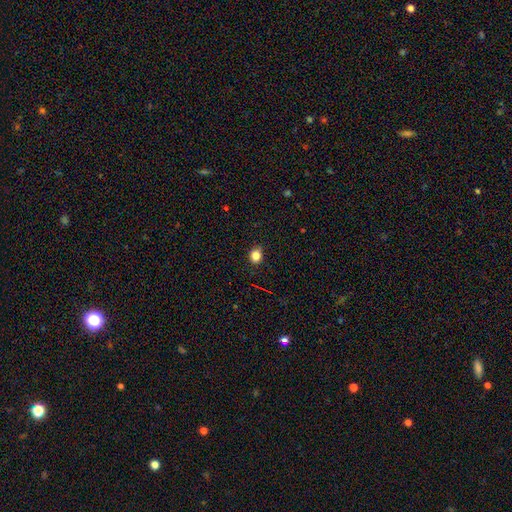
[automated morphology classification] Smooth or featured?
  - smooth: 83% *
  - star or artifact: 12%
  - featured or disk: 5%
How rounded?
  - round: 60% *
  - in between: 39%
  - cigar-shaped: 1%
Merging?
  - none: 87% *
  - minor disturbance: 10%
  - major disturbance: 2%
  - merger: 1%